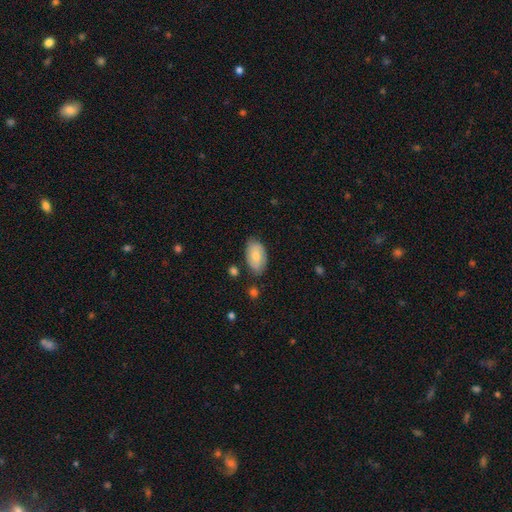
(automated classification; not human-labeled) Smooth or featured: smooth — 68% (featured or disk — 26%)
How rounded: in between — 93% (round — 5%)
Merging: none — 75% (minor disturbance — 18%)